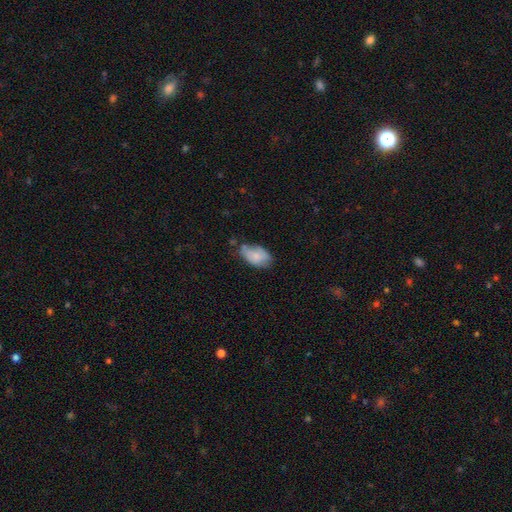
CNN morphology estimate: smooth_or_featured: smooth (p=0.74) [alt: featured or disk p=0.19]
how_rounded: in between (p=0.93) [alt: round p=0.06]
merging: none (p=0.46) [alt: minor disturbance p=0.37]